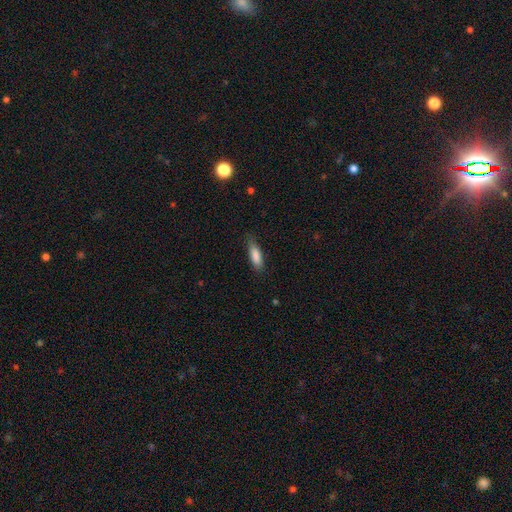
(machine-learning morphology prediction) Overall: smooth (85%). How rounded: cigar-shaped (50%; in between 48%). Merging: none (75%).